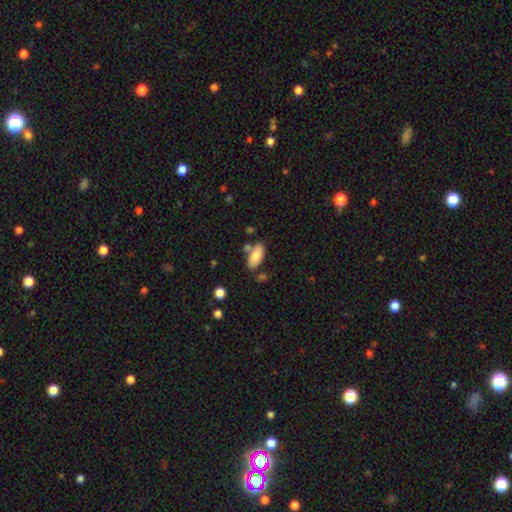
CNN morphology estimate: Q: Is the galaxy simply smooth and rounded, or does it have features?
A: smooth — 81%.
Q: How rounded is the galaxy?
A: in between — 85%.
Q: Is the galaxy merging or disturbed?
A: none — 70%.